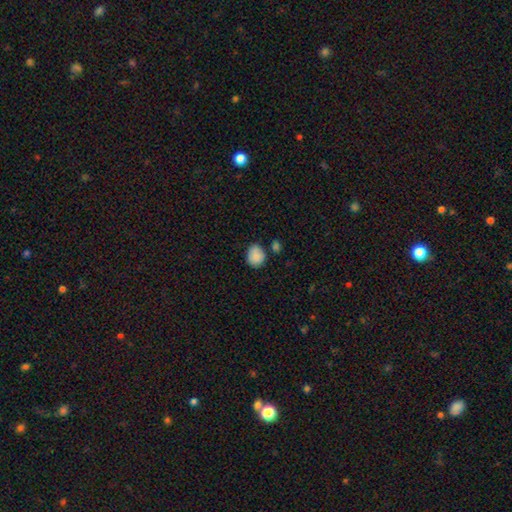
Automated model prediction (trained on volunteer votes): Smooth or featured? smooth (85%)
How rounded? round (66%)
Merging? none (70%)